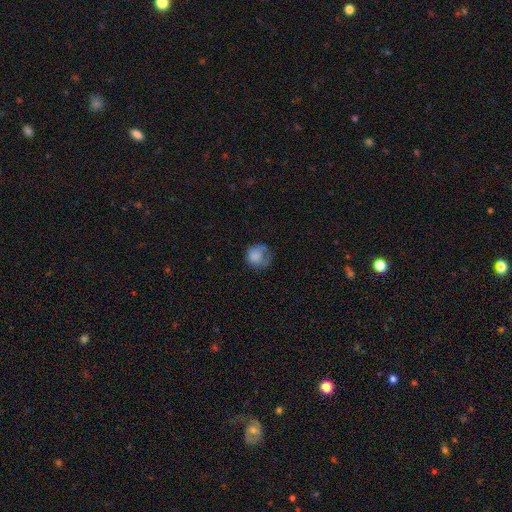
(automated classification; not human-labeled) Morphology: type=smooth (76%); roundness=round (80%); merging=none (43%).